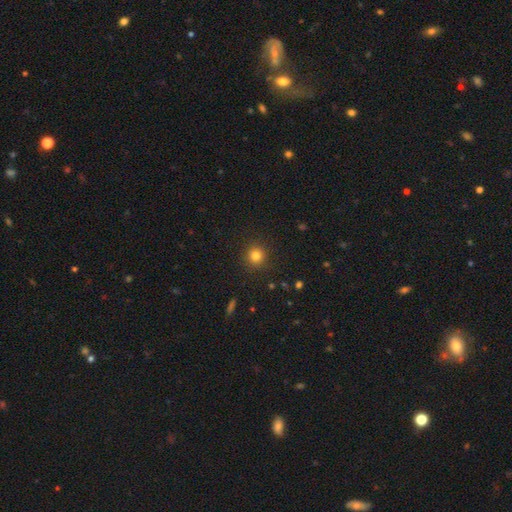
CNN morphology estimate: Smooth or featured? smooth (81%)
How rounded? round (92%)
Merging? none (91%)